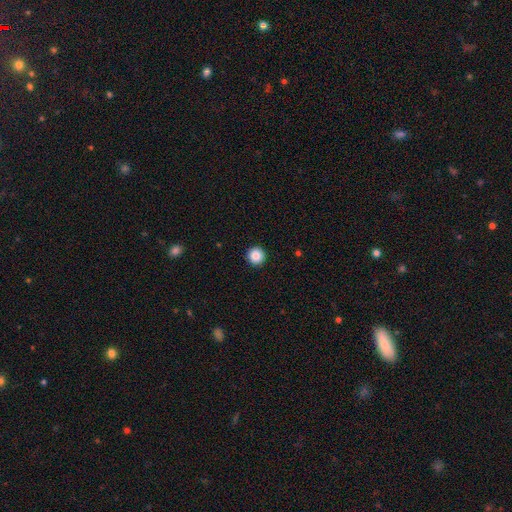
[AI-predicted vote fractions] Smooth or featured: smooth — 87% (star or artifact — 10%)
How rounded: round — 96% (in between — 3%)
Merging: none — 94% (minor disturbance — 4%)